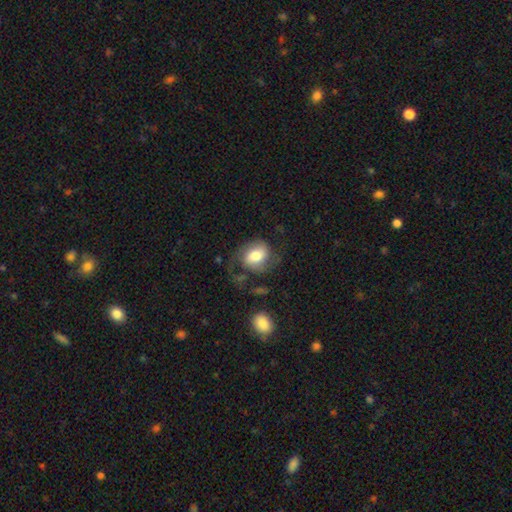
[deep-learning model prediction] A featured or disk galaxy (52%) with no bar (51%), spiral arms (86%) and a moderate central bulge (48%). Merging: none (49%).